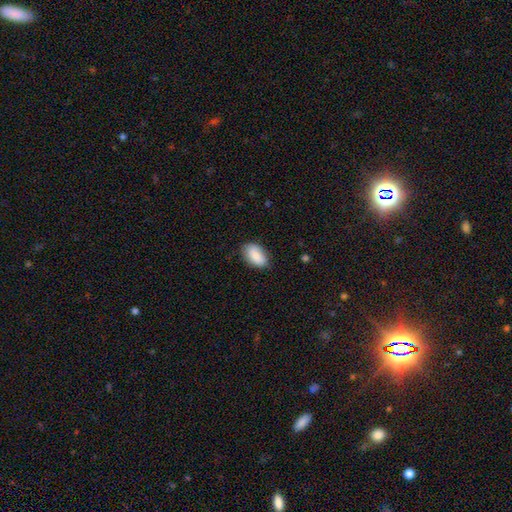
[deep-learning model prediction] Morphology: type=smooth (83%); roundness=in between (93%); merging=none (77%).